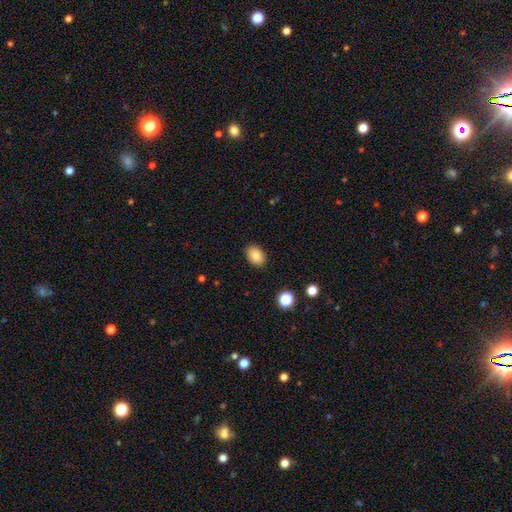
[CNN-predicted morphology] The model was most divided on "how rounded": in between: 80%, round: 19%, cigar-shaped: 1%. More confident: merging — none (88%); smooth or featured — smooth (87%).